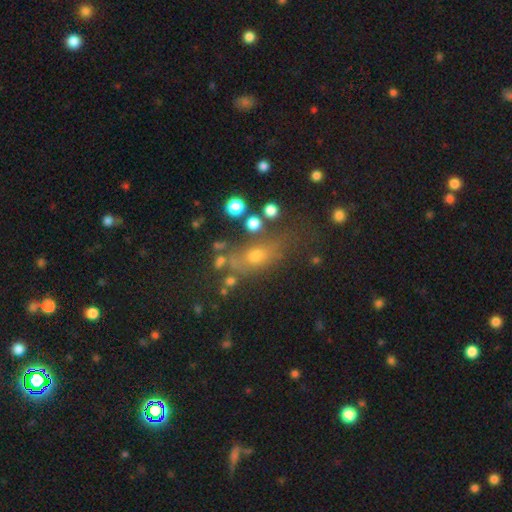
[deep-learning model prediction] A smooth galaxy with no disk features (57%) that is in between round and cigar-shaped (60%).

Vote fractions:
- Smooth or featured? smooth: 57% / star or artifact: 21% / featured or disk: 21%
- How rounded? in between: 60% / round: 25% / cigar-shaped: 15%
- Merging? none: 53% / minor disturbance: 20% / major disturbance: 15% / merger: 12%